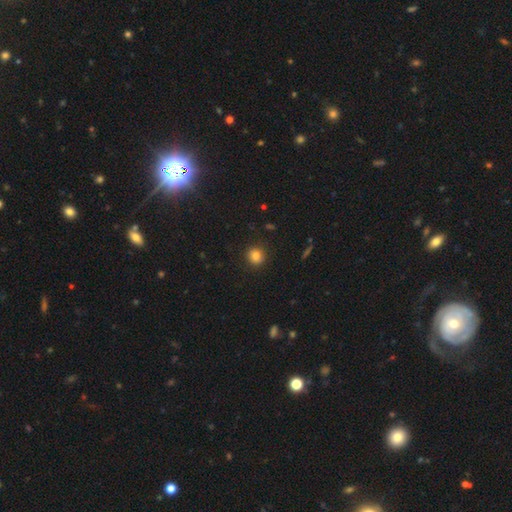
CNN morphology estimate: smooth-or-featured: smooth: 83% | star or artifact: 11% | featured or disk: 6%
  how-rounded: round: 86% | in between: 13% | cigar-shaped: 1%
  merging: none: 89% | minor disturbance: 7% | major disturbance: 2% | merger: 1%